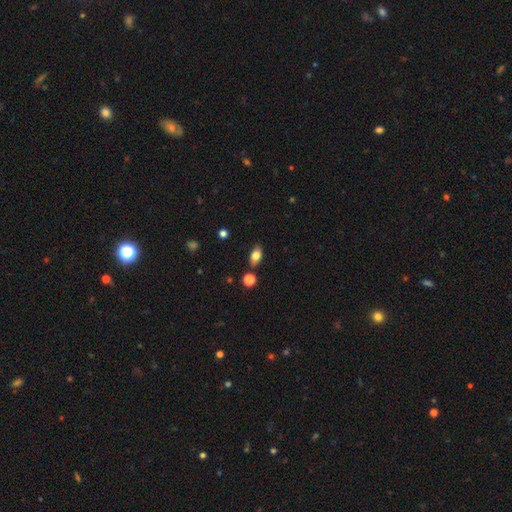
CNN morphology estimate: This appears to be a smooth galaxy with no disk features (78%) that is in between round and cigar-shaped (85%). Merging: none (81%).